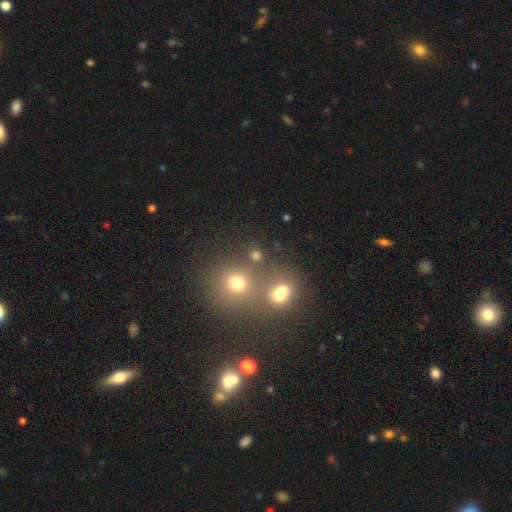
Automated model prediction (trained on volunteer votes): A smooth galaxy with no disk features (69%) that is round (83%). Merging: none (65%).